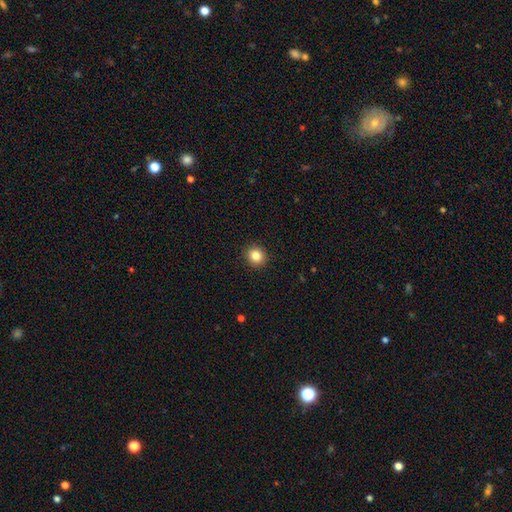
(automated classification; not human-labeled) Overall: smooth (83%). How rounded: round (89%). Merging: none (92%).